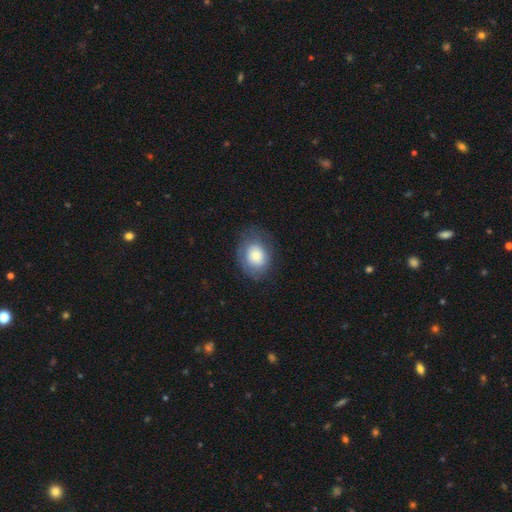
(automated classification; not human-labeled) This appears to be a smooth galaxy with no disk features (73%) that is in between round and cigar-shaped (63%). Merging: none (67%).